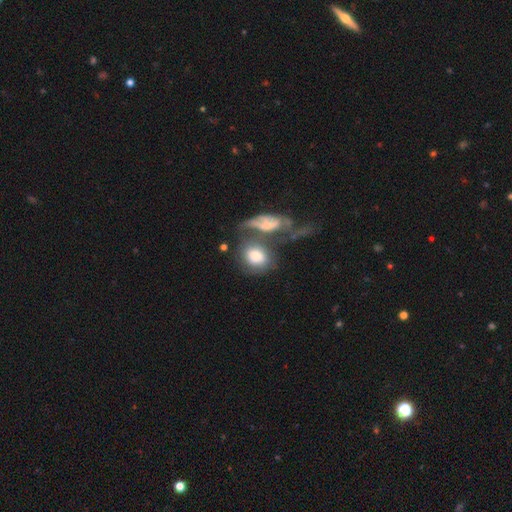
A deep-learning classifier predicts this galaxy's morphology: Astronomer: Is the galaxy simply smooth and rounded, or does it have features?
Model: smooth — 67%.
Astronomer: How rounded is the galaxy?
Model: in between — 50% (runner-up: round, 47%).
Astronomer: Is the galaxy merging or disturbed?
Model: merger — 44% (runner-up: none, 26%).